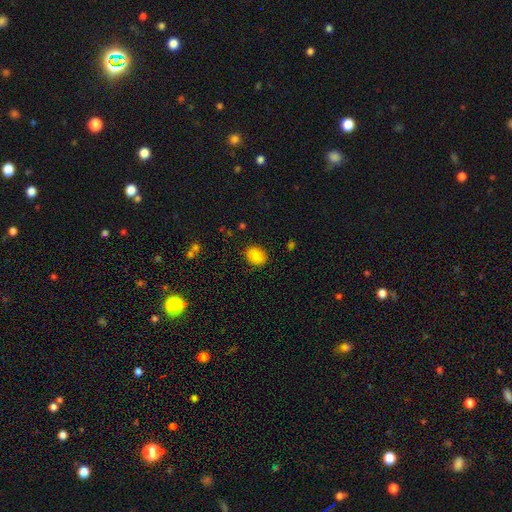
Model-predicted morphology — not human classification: A smooth galaxy with no disk features (86%) that is in between round and cigar-shaped (58%). Merging: none (88%).